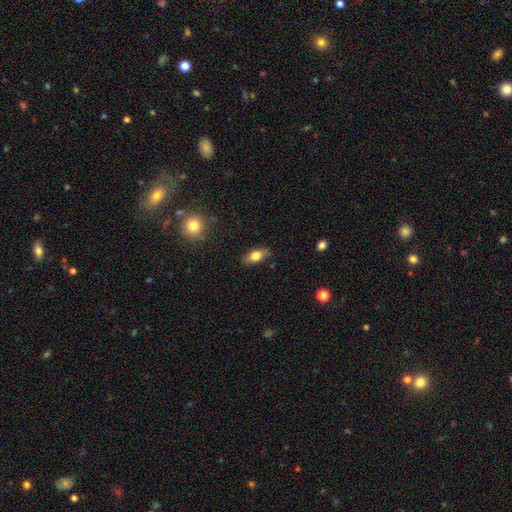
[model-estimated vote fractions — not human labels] This is likely a smooth galaxy (75%). How rounded: clearly in between (83%). Merging: clearly none (85%).